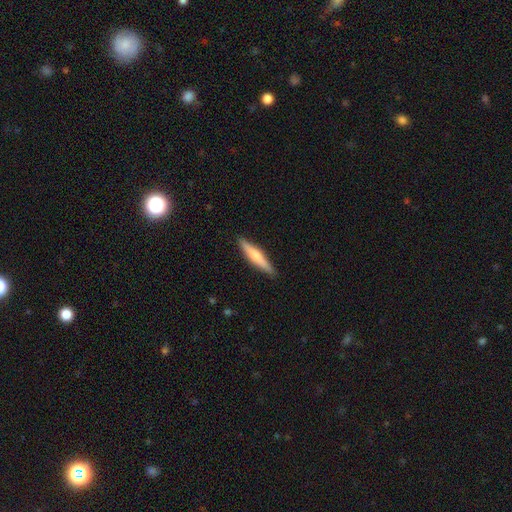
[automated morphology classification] Smooth or featured? smooth (52%)
How rounded? cigar-shaped (90%)
Merging? none (90%)